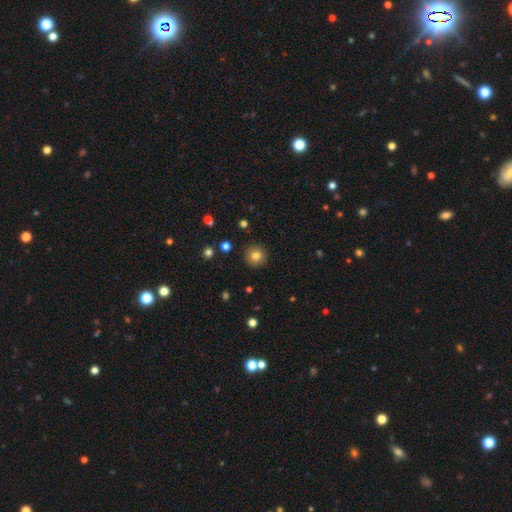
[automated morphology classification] Smooth or featured? Predicted: smooth (p=0.80). How rounded? Predicted: round (p=0.95). Merging? Predicted: none (p=0.91).